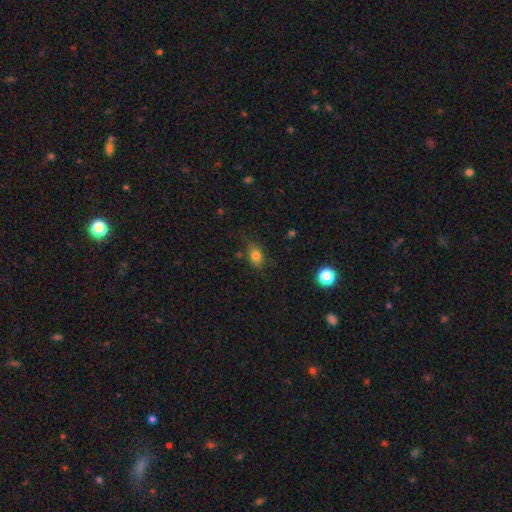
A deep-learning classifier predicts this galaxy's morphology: smooth_or_featured: smooth (p=0.79) [alt: star or artifact p=0.12]
how_rounded: in between (p=0.66) [alt: round p=0.32]
merging: none (p=0.67) [alt: minor disturbance p=0.23]